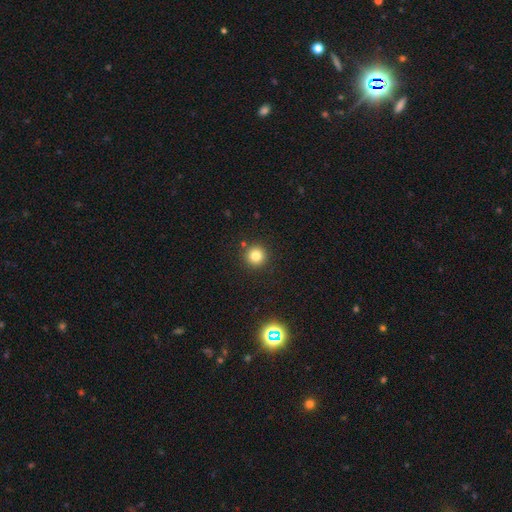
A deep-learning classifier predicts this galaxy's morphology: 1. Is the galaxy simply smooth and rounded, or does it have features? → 80% smooth, 13% star or artifact, 6% featured or disk.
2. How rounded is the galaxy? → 95% round, 4% in between, 1% cigar-shaped.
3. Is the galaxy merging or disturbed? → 90% none, 6% minor disturbance, 3% merger, 2% major disturbance.